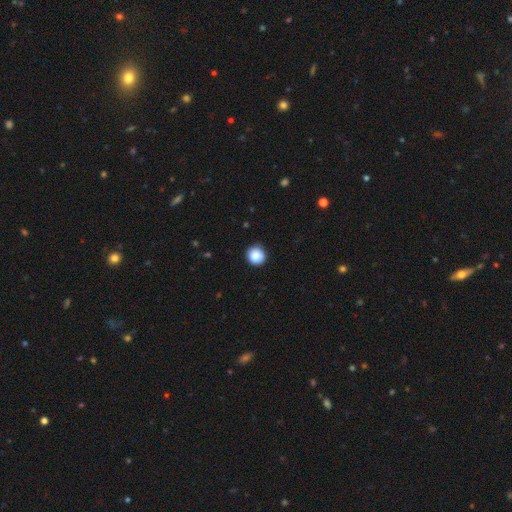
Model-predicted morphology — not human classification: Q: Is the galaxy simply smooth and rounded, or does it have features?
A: smooth — 88%.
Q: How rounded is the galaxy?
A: round — 94%.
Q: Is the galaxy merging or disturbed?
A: none — 88%.